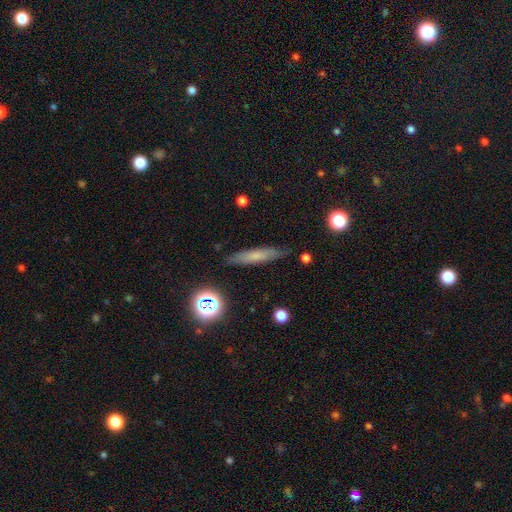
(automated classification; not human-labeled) A smooth galaxy with no disk features (63%) that is cigar-shaped (86%).

Vote fractions:
- Smooth or featured? smooth: 63% / featured or disk: 27% / star or artifact: 11%
- How rounded? cigar-shaped: 86% / in between: 11% / round: 3%
- Merging? none: 84% / minor disturbance: 11% / major disturbance: 3% / merger: 2%